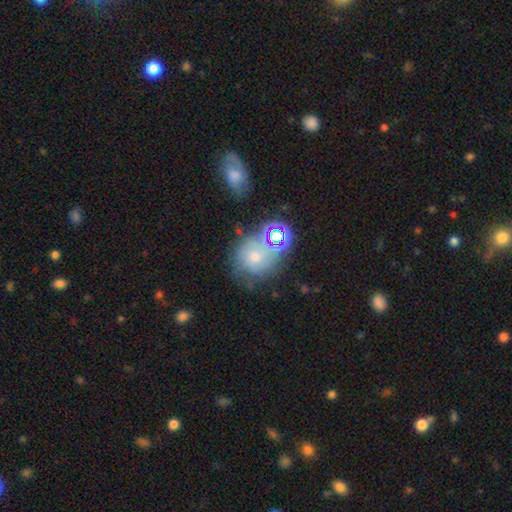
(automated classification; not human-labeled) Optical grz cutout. It shows a smooth galaxy with no disk features (48%). Merging: none (46%).